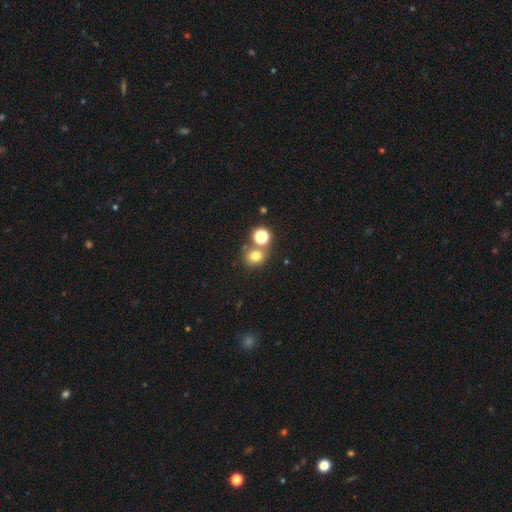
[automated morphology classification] This appears to be a smooth galaxy with no disk features (73%) that is round (77%). Merging: none (63%).